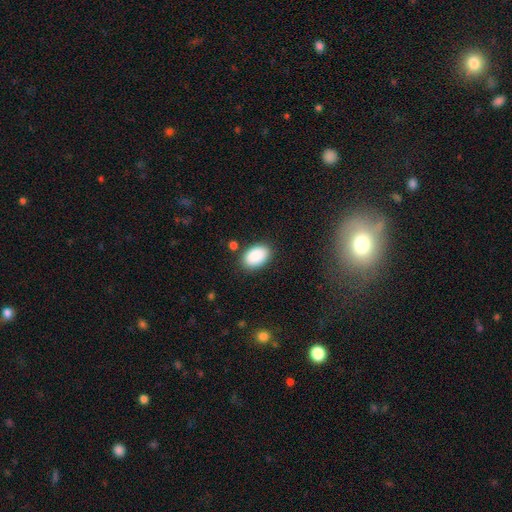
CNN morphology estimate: Smooth or featured?
  - smooth: 90% *
  - star or artifact: 7%
  - featured or disk: 4%
How rounded?
  - in between: 91% *
  - round: 8%
  - cigar-shaped: 1%
Merging?
  - none: 84% *
  - minor disturbance: 11%
  - major disturbance: 3%
  - merger: 3%